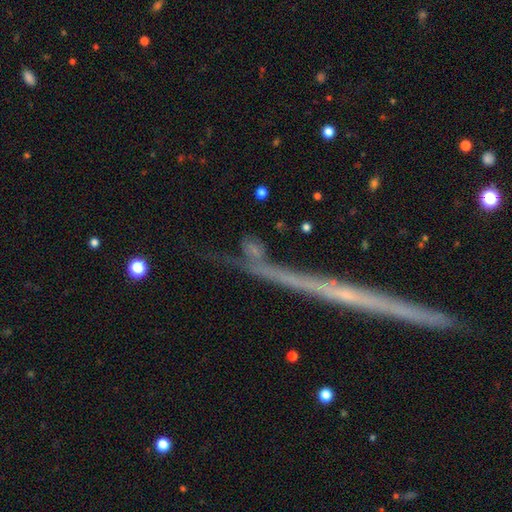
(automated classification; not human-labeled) Q: Smooth or featured?
A: featured or disk (43%); runner-up: smooth (33%)
Q: Merging?
A: none (61%); runner-up: minor disturbance (15%)